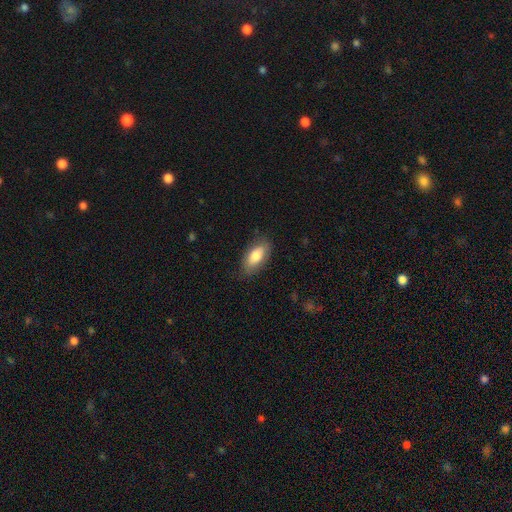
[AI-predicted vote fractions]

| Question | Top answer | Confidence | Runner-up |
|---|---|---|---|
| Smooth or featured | smooth | 78% | featured or disk (15%) |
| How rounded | in between | 91% | cigar-shaped (6%) |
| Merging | none | 81% | minor disturbance (15%) |